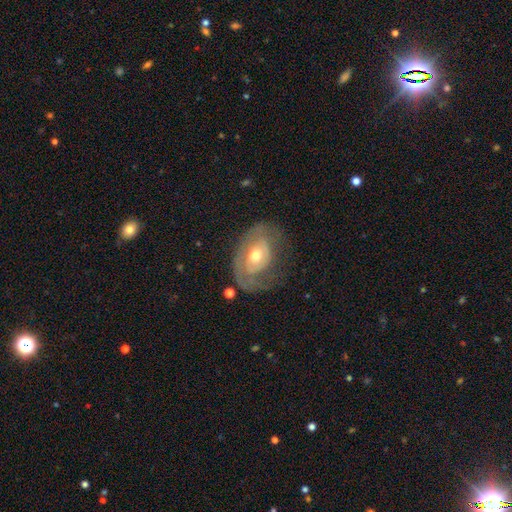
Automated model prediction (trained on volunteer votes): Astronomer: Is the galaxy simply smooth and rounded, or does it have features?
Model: featured or disk — 72%.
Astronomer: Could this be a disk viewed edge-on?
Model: no — 95%.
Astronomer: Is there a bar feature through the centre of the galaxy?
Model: no — 73%.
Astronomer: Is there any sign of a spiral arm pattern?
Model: yes — 77%.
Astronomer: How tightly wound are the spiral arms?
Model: tight — 54% (runner-up: medium, 31%).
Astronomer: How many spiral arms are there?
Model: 1 — 42% (runner-up: 2, 27%).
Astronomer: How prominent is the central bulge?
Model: moderate — 67%.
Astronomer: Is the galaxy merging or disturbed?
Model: none — 50%.